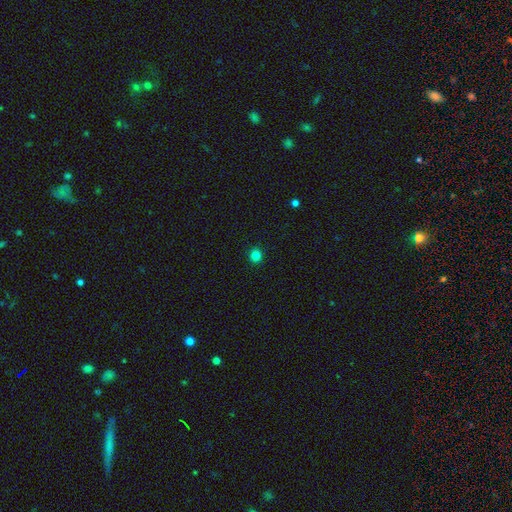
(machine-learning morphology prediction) A smooth galaxy with no disk features (83%) that is round (92%).

Vote fractions:
- Smooth or featured? smooth: 83% / star or artifact: 14% / featured or disk: 3%
- How rounded? round: 92% / in between: 7% / cigar-shaped: 1%
- Merging? none: 93% / minor disturbance: 5% / major disturbance: 2% / merger: 1%